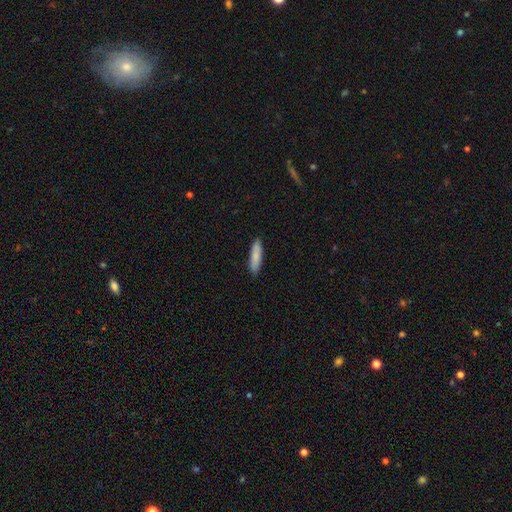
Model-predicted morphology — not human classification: smooth-or-featured: smooth: 84% | featured or disk: 11% | star or artifact: 6%
  how-rounded: cigar-shaped: 72% | in between: 27% | round: 1%
  merging: none: 88% | minor disturbance: 9% | major disturbance: 2% | merger: 1%